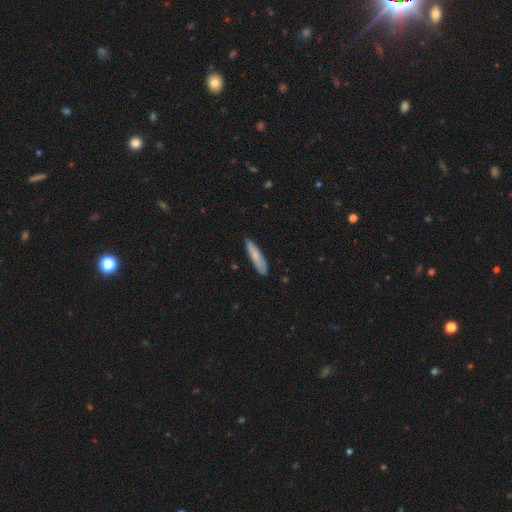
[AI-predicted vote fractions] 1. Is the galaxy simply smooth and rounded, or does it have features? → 75% smooth, 19% featured or disk, 6% star or artifact.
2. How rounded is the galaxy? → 84% cigar-shaped, 15% in between, 1% round.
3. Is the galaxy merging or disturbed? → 83% none, 14% minor disturbance, 2% major disturbance, 1% merger.